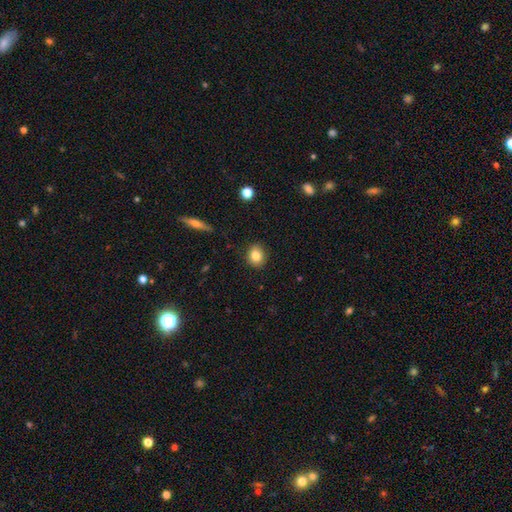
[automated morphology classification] smooth_or_featured: smooth (p=0.83) [alt: star or artifact p=0.09]
how_rounded: round (p=0.64) [alt: in between p=0.35]
merging: none (p=0.88) [alt: minor disturbance p=0.09]